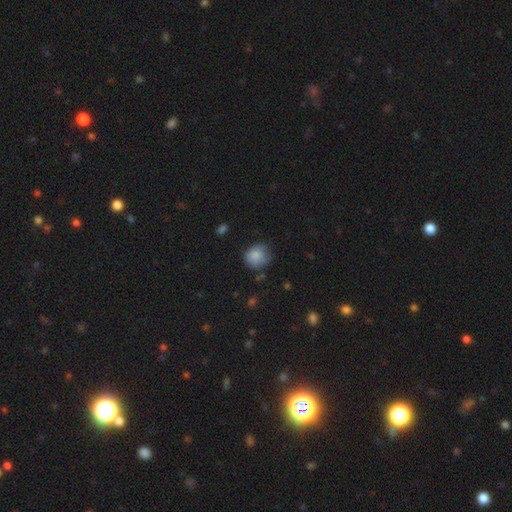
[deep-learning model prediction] The model was most divided on "merging": none: 59%, minor disturbance: 29%, major disturbance: 9%, merger: 3%. More confident: smooth or featured — smooth (82%); how rounded — round (79%).